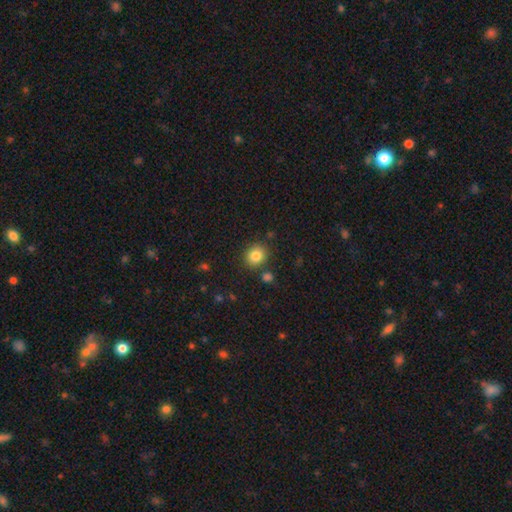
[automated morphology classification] Smooth or featured? Predicted: smooth (p=0.83). How rounded? Predicted: round (p=0.77). Merging? Predicted: none (p=0.84).